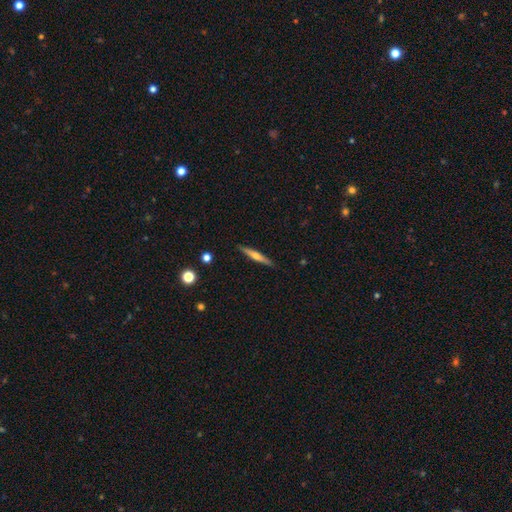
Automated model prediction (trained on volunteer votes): smooth_or_featured: featured or disk (p=0.57) [alt: smooth p=0.37]
disk_edge_on: yes (p=0.97) [alt: no p=0.03]
edge_on_bulge: rounded (p=0.79) [alt: none p=0.15]
merging: none (p=0.91) [alt: minor disturbance p=0.07]